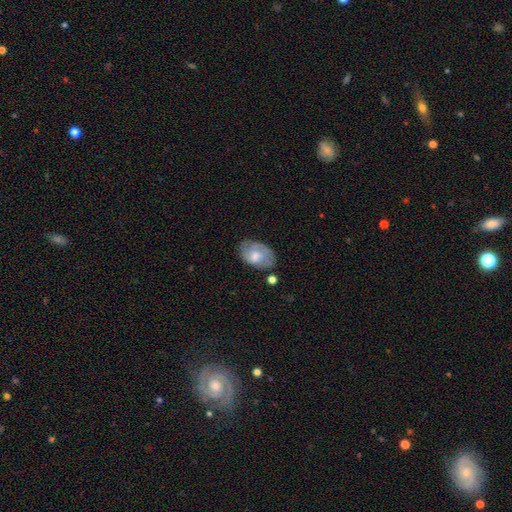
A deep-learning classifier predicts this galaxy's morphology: A smooth galaxy with no disk features (58%) that is in between round and cigar-shaped (87%).

Vote fractions:
- Smooth or featured? smooth: 58% / featured or disk: 35% / star or artifact: 7%
- How rounded? in between: 87% / round: 12% / cigar-shaped: 1%
- Merging? none: 61% / minor disturbance: 26% / major disturbance: 8% / merger: 5%